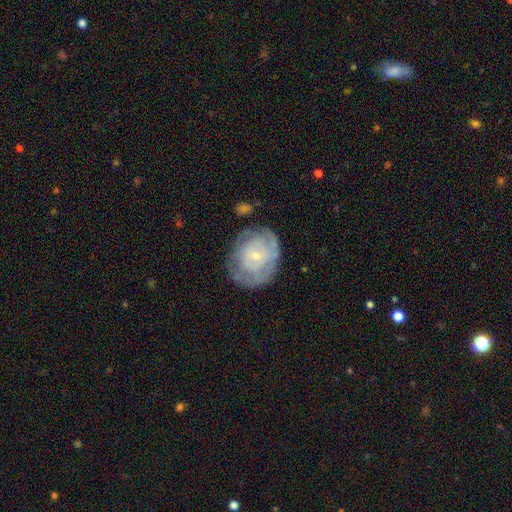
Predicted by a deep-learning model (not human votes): Smooth or featured? Predicted: featured or disk (p=0.64). Edge-on disk? Predicted: no (p=0.97). Bar? Predicted: no (p=0.77). Spiral arms? Predicted: yes (p=0.72). Bulge size? Predicted: small (p=0.75). Merging? Predicted: none (p=0.63).